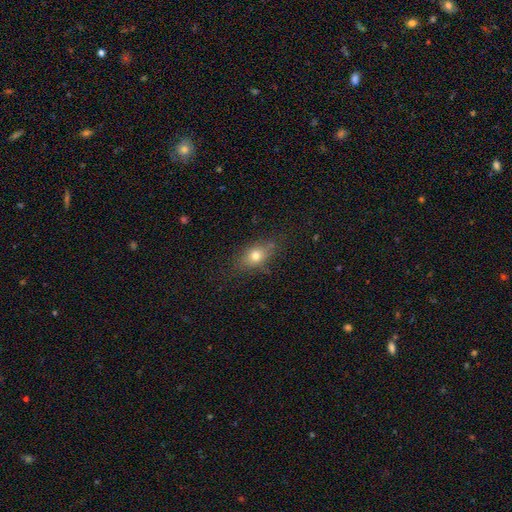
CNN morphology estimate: This appears to be a smooth galaxy with no disk features (74%) that is in between round and cigar-shaped (72%). Merging: none (75%).